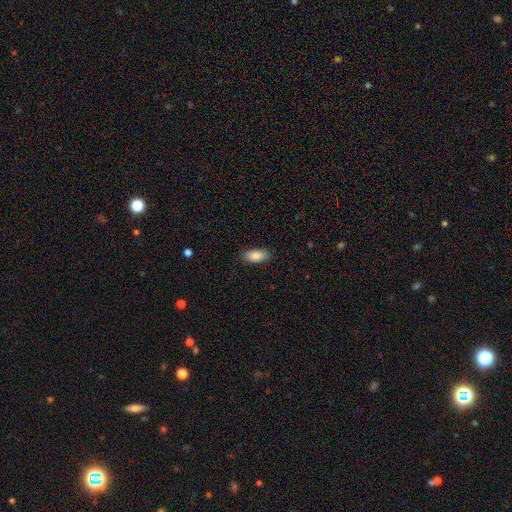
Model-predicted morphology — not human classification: A smooth galaxy with no disk features (86%) that is in between round and cigar-shaped (90%). Merging: none (87%).